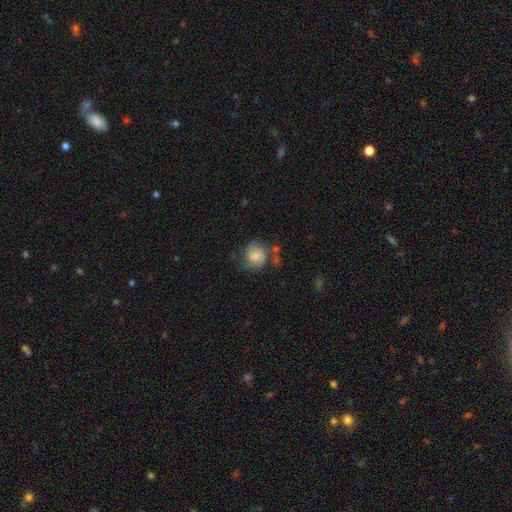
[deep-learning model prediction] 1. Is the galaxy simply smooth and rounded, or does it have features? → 55% smooth, 36% featured or disk, 8% star or artifact.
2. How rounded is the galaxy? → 76% round, 23% in between, 1% cigar-shaped.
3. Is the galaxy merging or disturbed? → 52% none, 25% minor disturbance, 14% major disturbance, 8% merger.